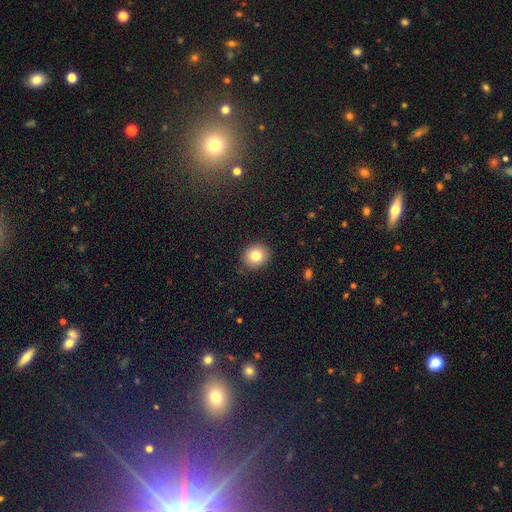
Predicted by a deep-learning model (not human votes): Smooth or featured?
  - smooth: 81% *
  - star or artifact: 10%
  - featured or disk: 9%
How rounded?
  - round: 83% *
  - in between: 16%
  - cigar-shaped: 1%
Merging?
  - none: 88% *
  - minor disturbance: 8%
  - major disturbance: 2%
  - merger: 1%